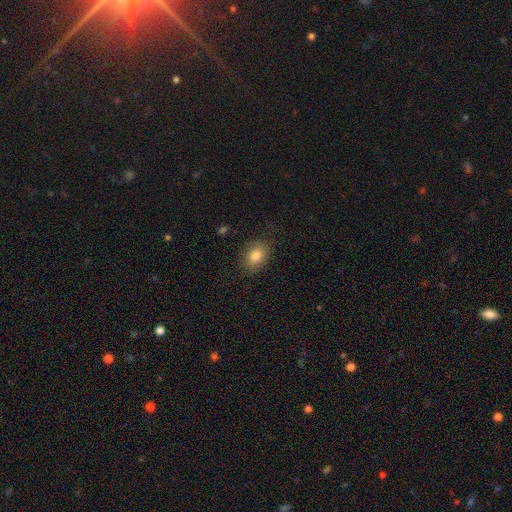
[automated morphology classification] Smooth or featured?
  - smooth: 82% *
  - featured or disk: 9%
  - star or artifact: 9%
How rounded?
  - in between: 64% *
  - round: 35%
  - cigar-shaped: 1%
Merging?
  - none: 81% *
  - minor disturbance: 14%
  - major disturbance: 4%
  - merger: 1%